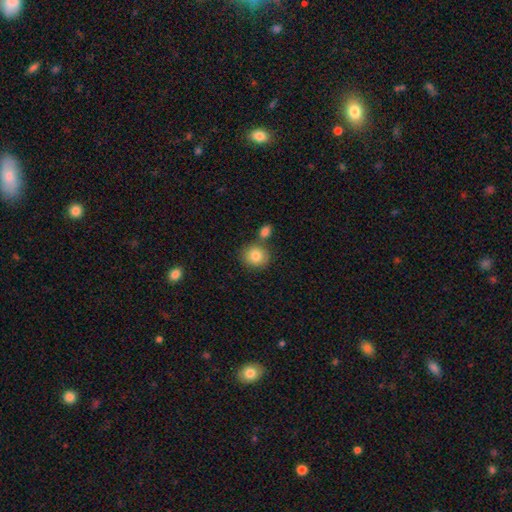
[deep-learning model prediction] Overall: smooth (83%). How rounded: round (83%). Merging: none (68%).